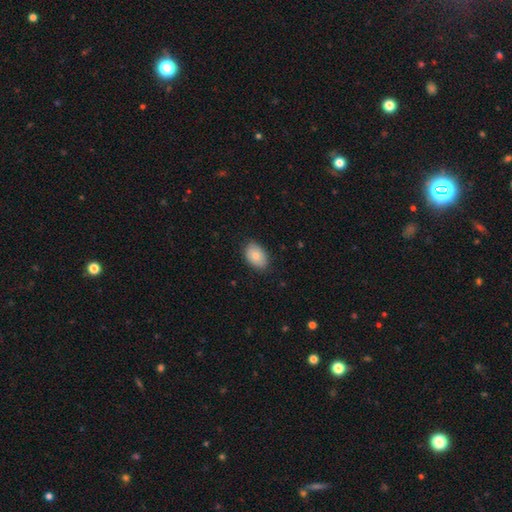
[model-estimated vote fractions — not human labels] A smooth galaxy with no disk features (80%) that is in between round and cigar-shaped (87%).

Vote fractions:
- Smooth or featured? smooth: 80% / featured or disk: 13% / star or artifact: 7%
- How rounded? in between: 87% / round: 12% / cigar-shaped: 1%
- Merging? none: 84% / minor disturbance: 13% / major disturbance: 2% / merger: 1%